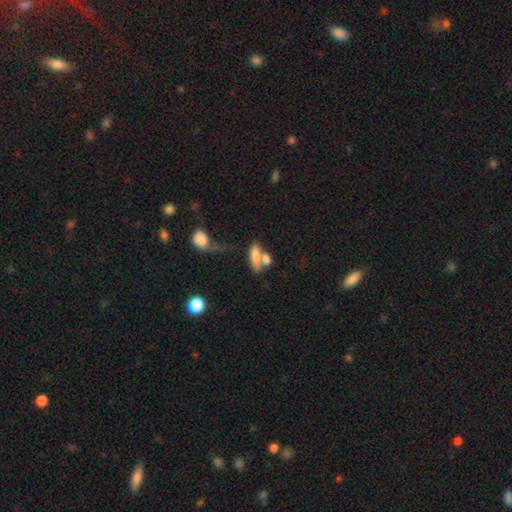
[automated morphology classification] Q: Smooth or featured?
A: smooth (72%); runner-up: featured or disk (19%)
Q: How rounded?
A: in between (71%); runner-up: cigar-shaped (22%)
Q: Merging?
A: merger (58%); runner-up: none (22%)